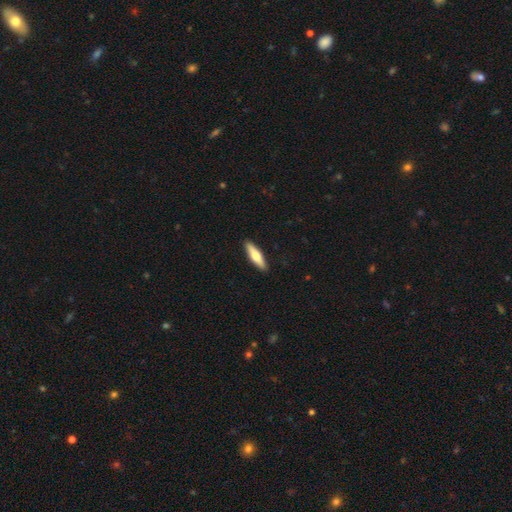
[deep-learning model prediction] smooth_or_featured: smooth (p=0.61) [alt: featured or disk p=0.34]
how_rounded: cigar-shaped (p=0.70) [alt: in between p=0.28]
merging: none (p=0.91) [alt: minor disturbance p=0.07]